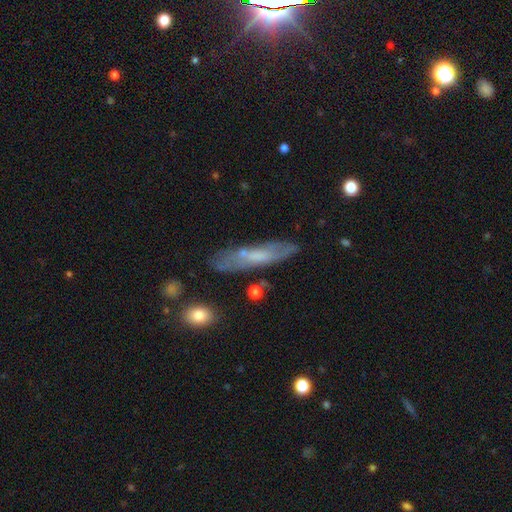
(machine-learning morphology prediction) This appears to be a featured or disk galaxy (47%). Merging: none (73%).